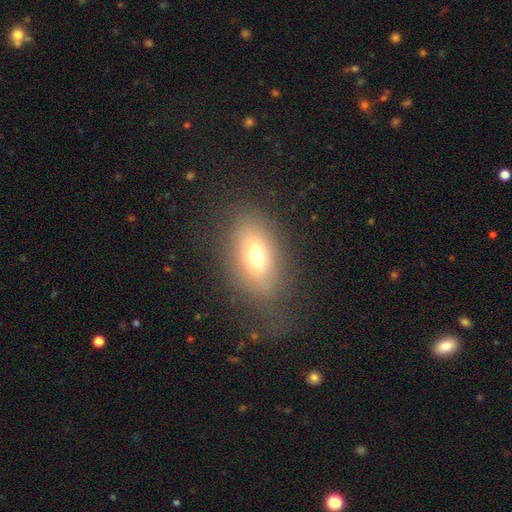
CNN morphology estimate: This appears to be a smooth galaxy with no disk features (67%) that is in between round and cigar-shaped (83%). Merging: none (67%).